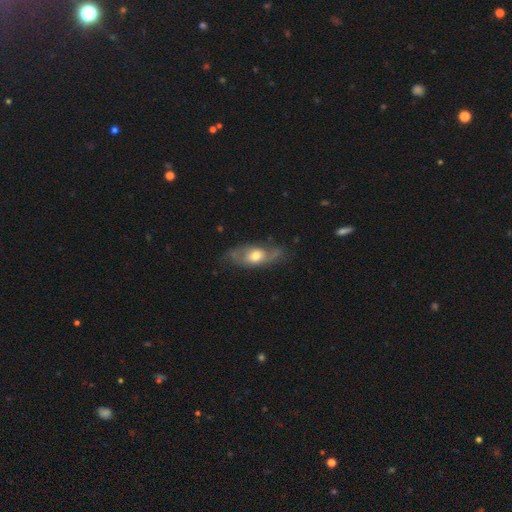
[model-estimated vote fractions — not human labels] Morphology: type=featured or disk (56%); edge-on=no (79%); merging=none (63%).